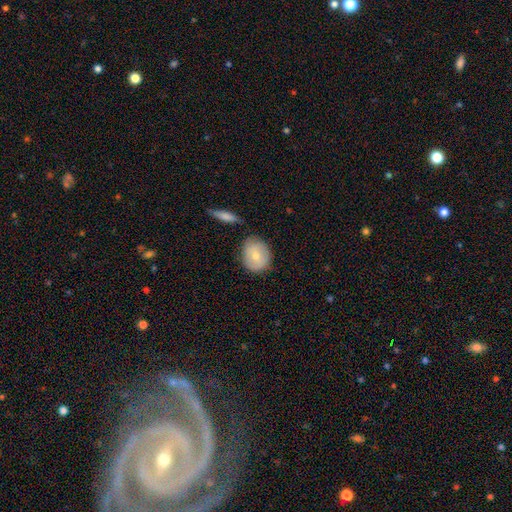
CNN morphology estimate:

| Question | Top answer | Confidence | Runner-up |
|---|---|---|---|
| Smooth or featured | smooth | 70% | featured or disk (24%) |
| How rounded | round | 58% | in between (41%) |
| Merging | none | 66% | minor disturbance (22%) |